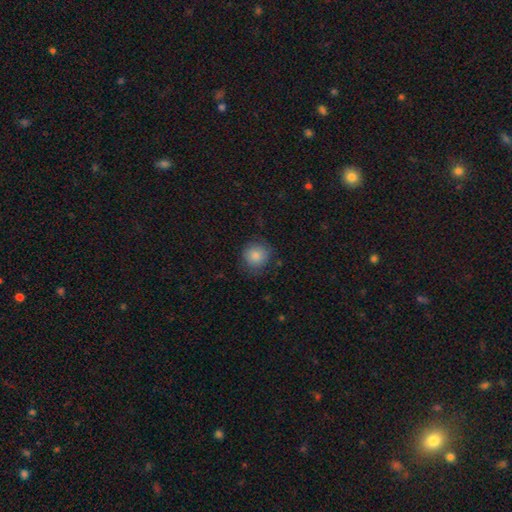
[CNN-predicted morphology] smooth-or-featured: smooth: 85% | star or artifact: 9% | featured or disk: 6%
  how-rounded: round: 88% | in between: 11% | cigar-shaped: 1%
  merging: none: 80% | minor disturbance: 15% | major disturbance: 4% | merger: 1%